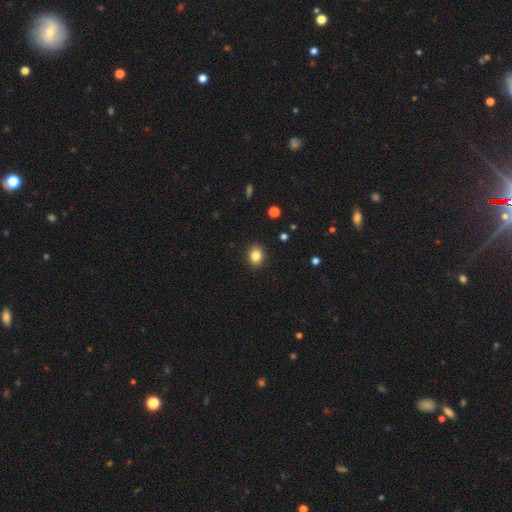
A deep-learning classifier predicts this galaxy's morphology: A smooth galaxy with no disk features (84%) that is in between round and cigar-shaped (52%).

Vote fractions:
- Smooth or featured? smooth: 84% / star or artifact: 10% / featured or disk: 6%
- How rounded? in between: 52% / round: 47% / cigar-shaped: 1%
- Merging? none: 90% / minor disturbance: 7% / major disturbance: 2% / merger: 1%